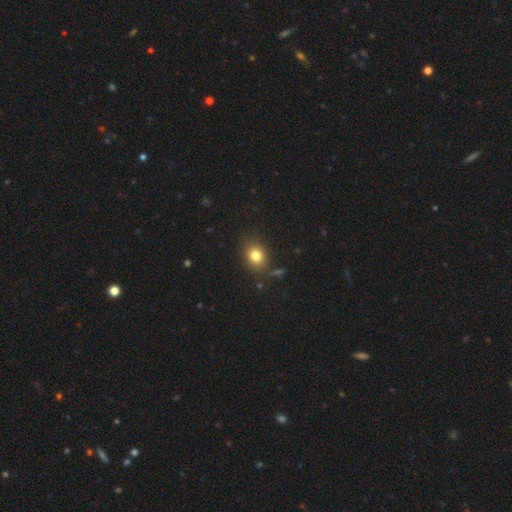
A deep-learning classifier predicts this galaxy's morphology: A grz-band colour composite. It shows a smooth galaxy with no disk features (80%) that is round (54%). Merging: none (83%).